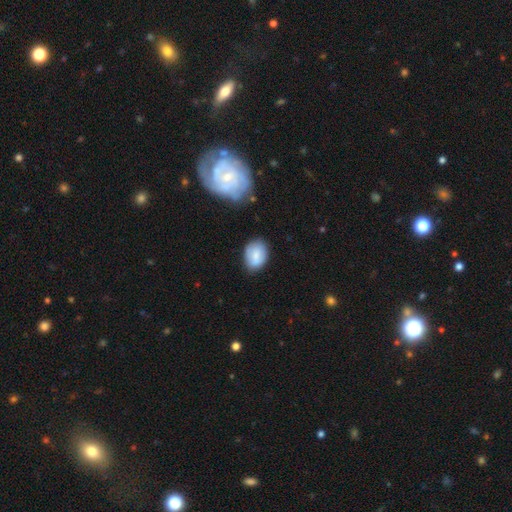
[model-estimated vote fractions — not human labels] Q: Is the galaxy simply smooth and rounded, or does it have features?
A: smooth — 78%.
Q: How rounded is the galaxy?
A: in between — 78%.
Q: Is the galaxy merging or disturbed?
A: none — 74%.